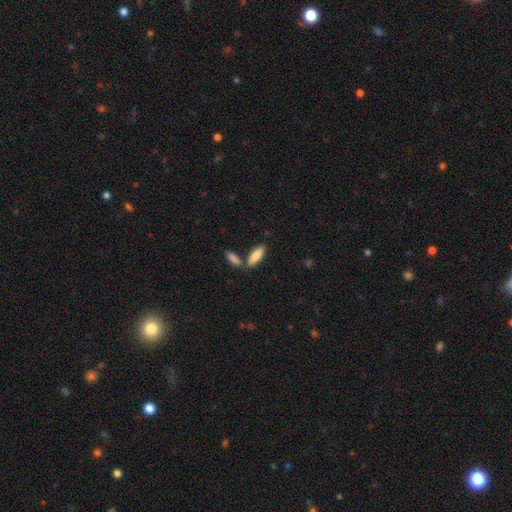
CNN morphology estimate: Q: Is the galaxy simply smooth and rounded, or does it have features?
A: smooth — 85%.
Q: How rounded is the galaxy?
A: in between — 54%.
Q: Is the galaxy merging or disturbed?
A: none — 66%.